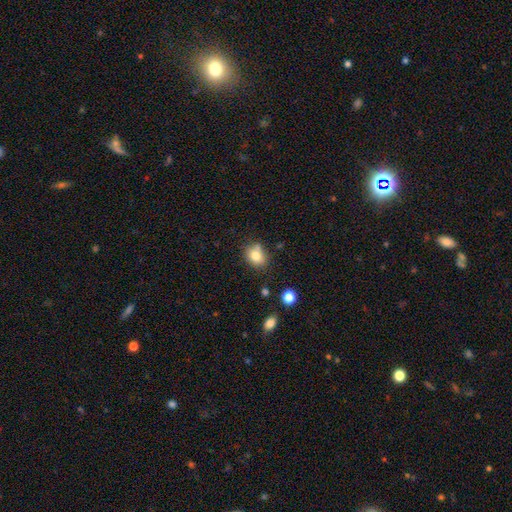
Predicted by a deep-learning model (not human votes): smooth 80%, star or artifact 10%, featured or disk 9%. Down the decision tree: how rounded — round (55%); merging — none (68%).